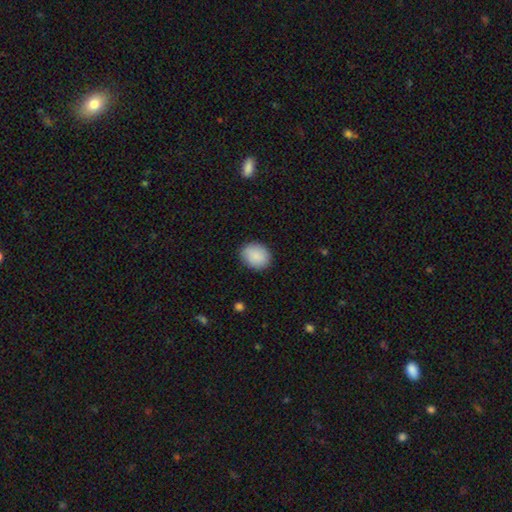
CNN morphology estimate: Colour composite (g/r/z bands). It shows a smooth galaxy with no disk features (90%) that is round (54%). Merging: none (87%).